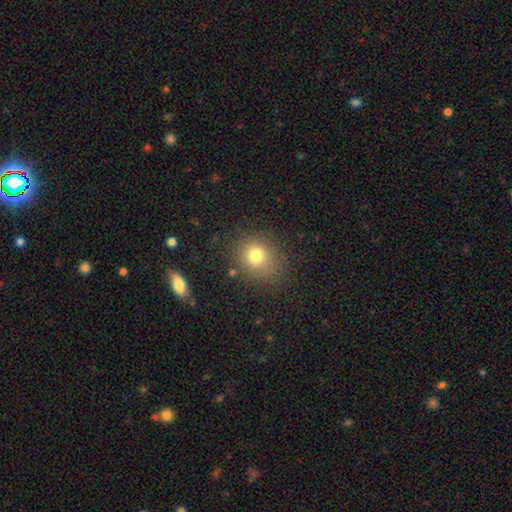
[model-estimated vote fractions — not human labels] Smooth or featured?
  - smooth: 77% *
  - star or artifact: 14%
  - featured or disk: 9%
How rounded?
  - round: 71% *
  - in between: 28%
  - cigar-shaped: 1%
Merging?
  - none: 80% *
  - minor disturbance: 12%
  - major disturbance: 5%
  - merger: 2%